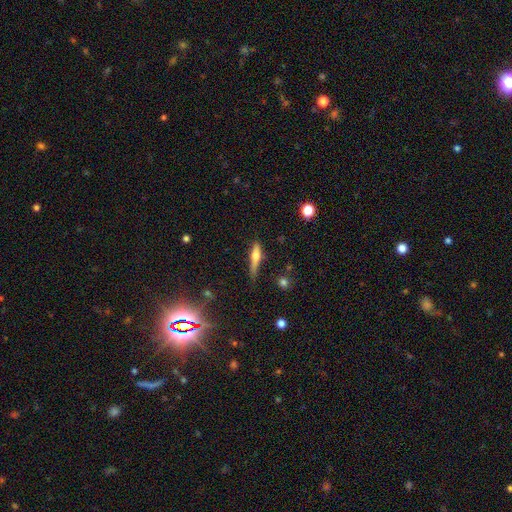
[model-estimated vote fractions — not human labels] Smooth or featured? Predicted: smooth (p=0.48). Merging? Predicted: none (p=0.65).